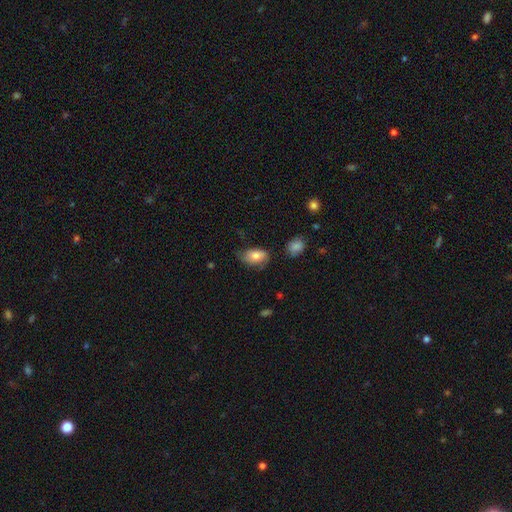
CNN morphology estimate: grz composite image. It shows a smooth galaxy with no disk features (76%) that is in between round and cigar-shaped (90%). Merging: none (55%).